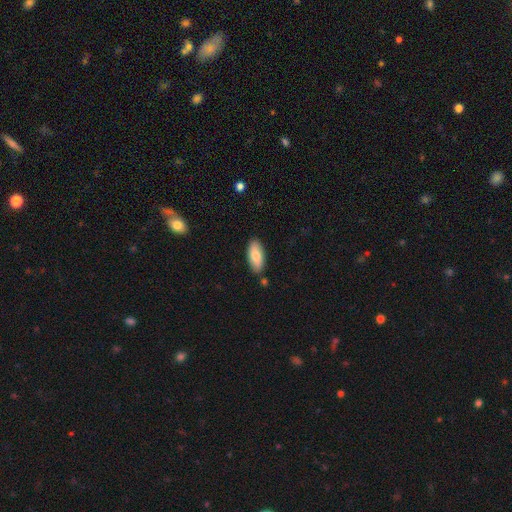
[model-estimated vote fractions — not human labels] Smooth or featured? Predicted: smooth (p=0.80). How rounded? Predicted: in between (p=0.87). Merging? Predicted: none (p=0.84).